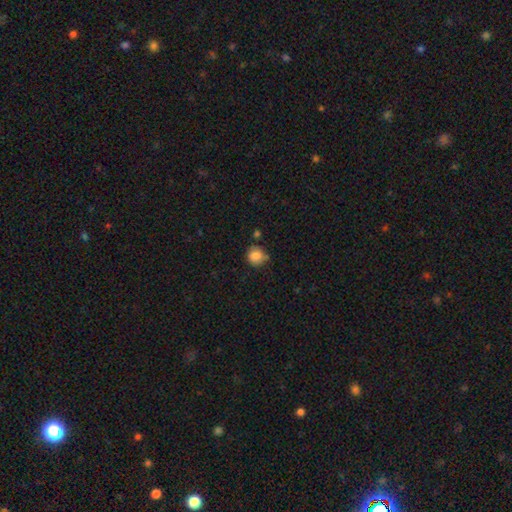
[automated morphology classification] Smooth or featured: smooth — 84% (star or artifact — 10%)
How rounded: round — 89% (in between — 10%)
Merging: none — 70% (minor disturbance — 20%)